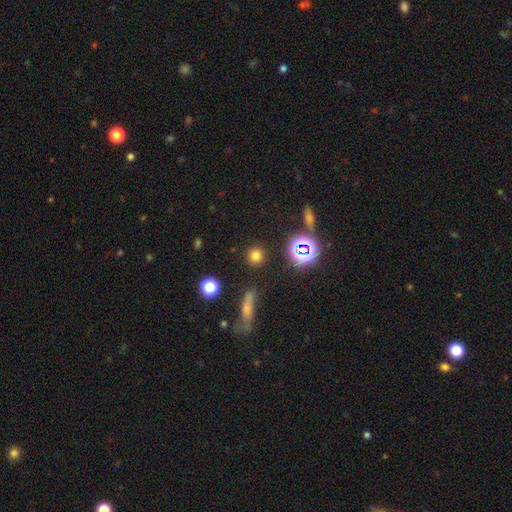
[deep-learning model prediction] Smooth or featured: smooth — 73% (star or artifact — 20%)
How rounded: round — 92% (in between — 7%)
Merging: none — 89% (minor disturbance — 6%)